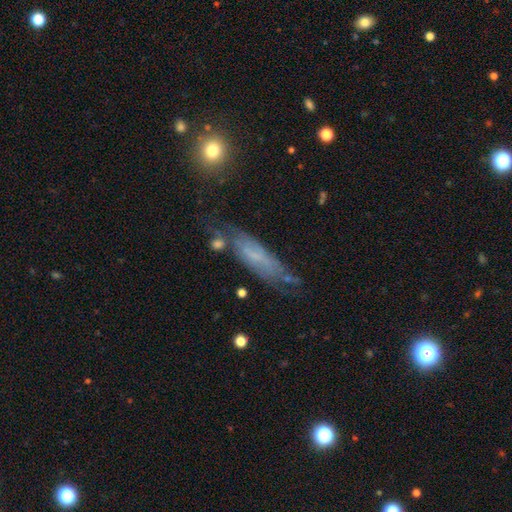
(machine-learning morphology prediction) A featured or disk galaxy (48%). Merging: none (53%).